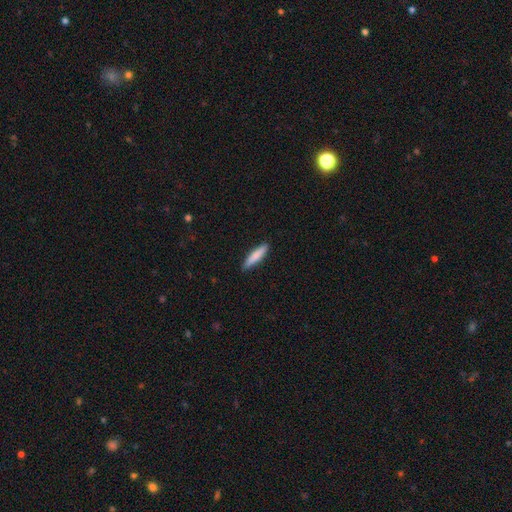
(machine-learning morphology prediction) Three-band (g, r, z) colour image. It shows a smooth galaxy with no disk features (79%) that is cigar-shaped (84%). Merging: none (89%).